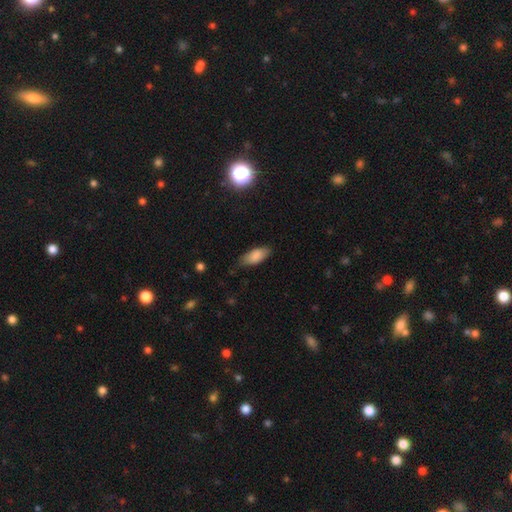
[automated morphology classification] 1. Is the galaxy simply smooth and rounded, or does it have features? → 85% smooth, 8% featured or disk, 7% star or artifact.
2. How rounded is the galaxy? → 85% in between, 13% cigar-shaped, 2% round.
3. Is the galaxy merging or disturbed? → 75% none, 20% minor disturbance, 4% major disturbance, 1% merger.